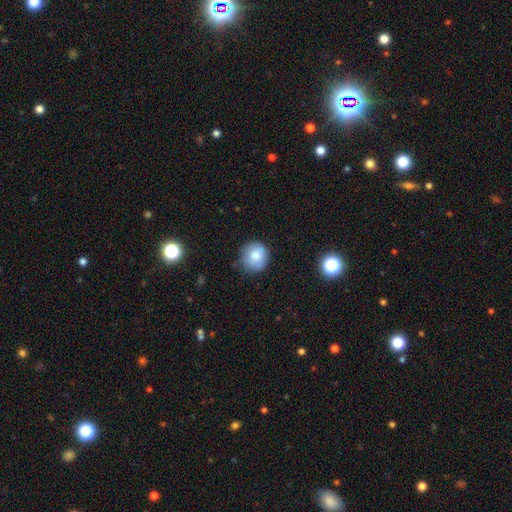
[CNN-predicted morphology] This is likely a smooth galaxy (80%). How rounded: clearly round (92%). Merging: likely none (79%).